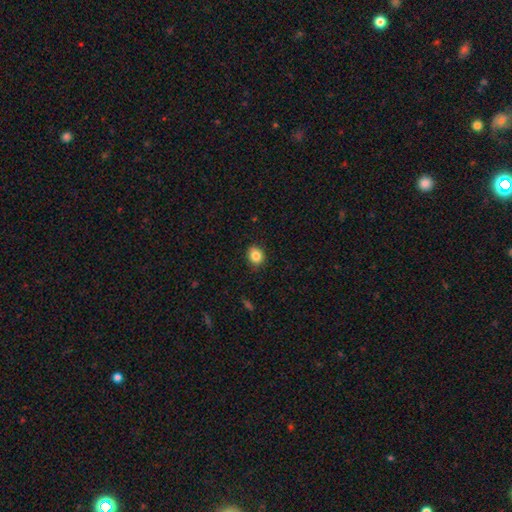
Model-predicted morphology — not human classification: This appears to be a smooth galaxy with no disk features (85%) that is round (67%). Merging: none (87%).